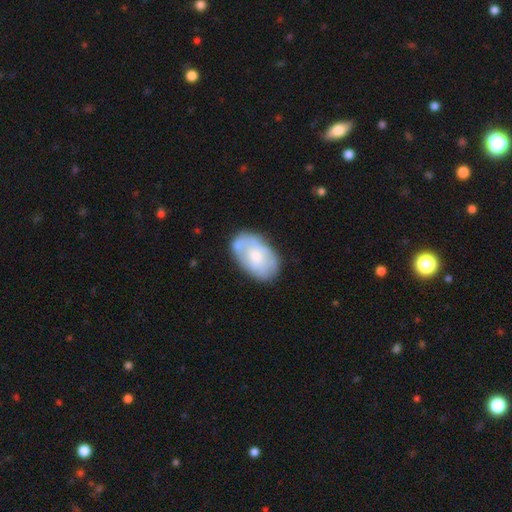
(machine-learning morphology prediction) This is possibly a smooth galaxy (51%). How rounded: clearly in between (91%). Merging: likely none (67%).